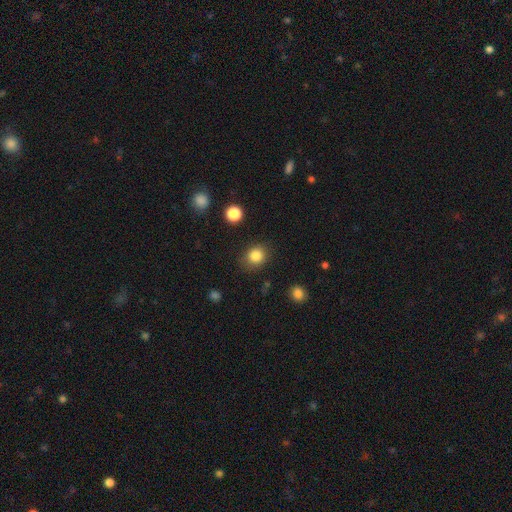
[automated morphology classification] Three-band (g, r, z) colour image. It shows a smooth galaxy with no disk features (84%) that is round (71%). Merging: none (83%).